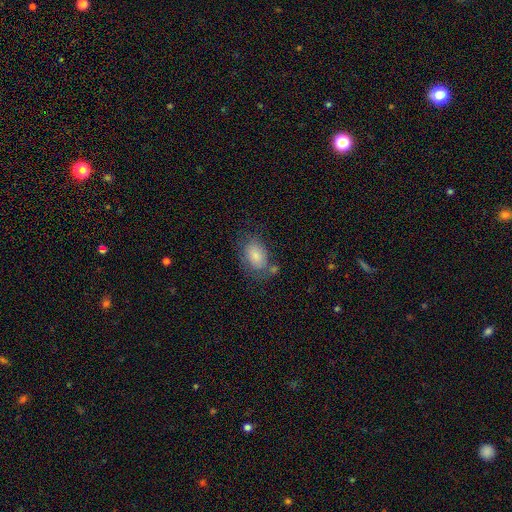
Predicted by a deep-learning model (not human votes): Smooth or featured?
  - smooth: 78% *
  - featured or disk: 15%
  - star or artifact: 7%
How rounded?
  - in between: 86% *
  - round: 13%
  - cigar-shaped: 1%
Merging?
  - none: 57% *
  - minor disturbance: 23%
  - major disturbance: 11%
  - merger: 9%